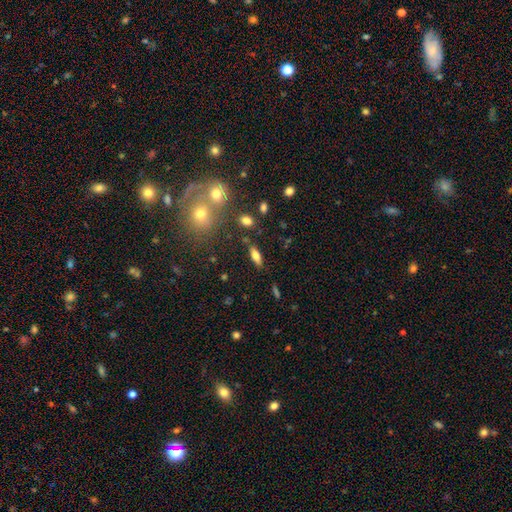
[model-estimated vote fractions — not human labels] Overall: smooth (68%). How rounded: in between (66%; cigar-shaped 30%). Merging: none (81%).